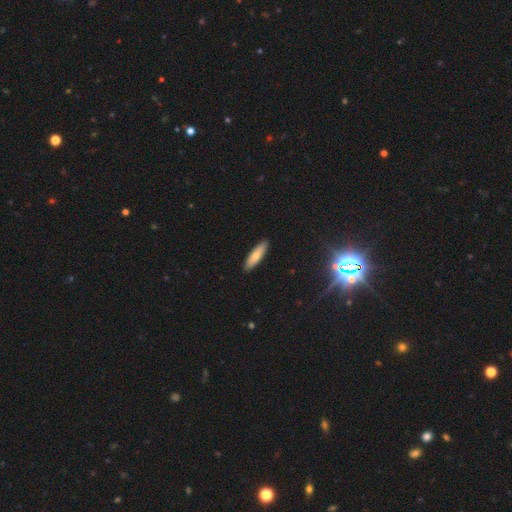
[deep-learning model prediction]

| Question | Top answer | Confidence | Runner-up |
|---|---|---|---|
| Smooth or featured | smooth | 78% | featured or disk (15%) |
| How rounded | cigar-shaped | 67% | in between (31%) |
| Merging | none | 90% | minor disturbance (7%) |